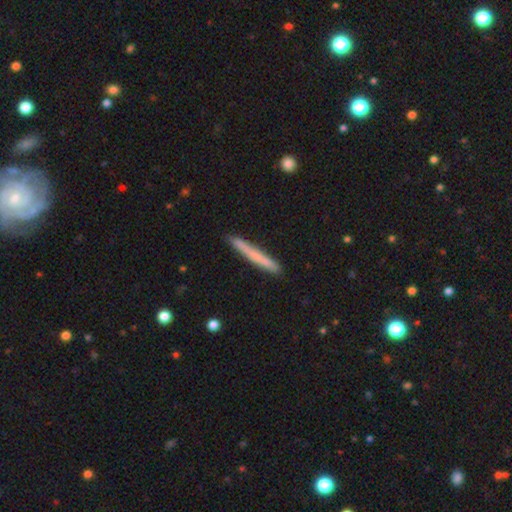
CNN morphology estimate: Smooth or featured? smooth (65%)
How rounded? cigar-shaped (97%)
Merging? none (87%)